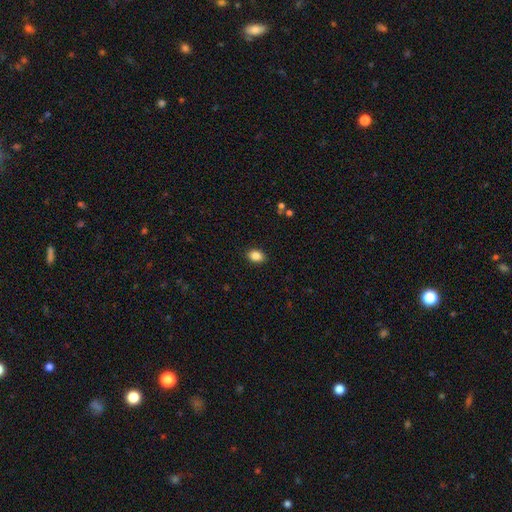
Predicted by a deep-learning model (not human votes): Smooth or featured: smooth — 85% (star or artifact — 9%)
How rounded: in between — 74% (round — 25%)
Merging: none — 90% (minor disturbance — 7%)